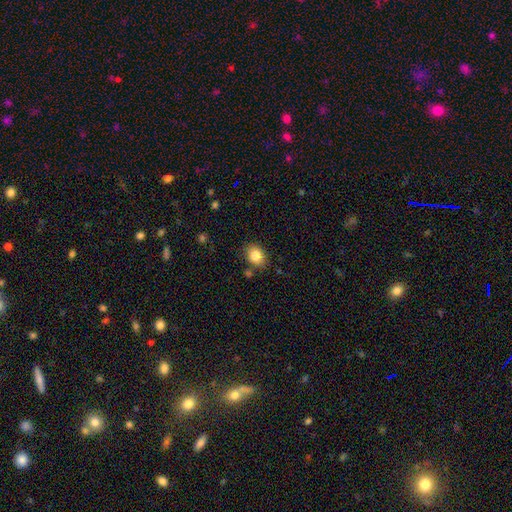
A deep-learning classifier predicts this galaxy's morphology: Q: Smooth or featured?
A: smooth (84%); runner-up: star or artifact (9%)
Q: How rounded?
A: in between (64%); runner-up: round (35%)
Q: Merging?
A: none (79%); runner-up: minor disturbance (13%)